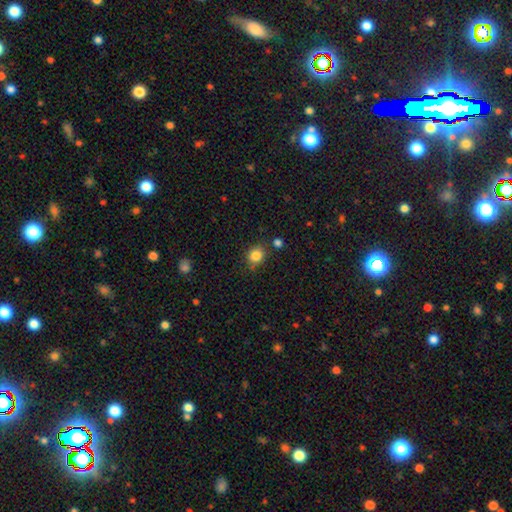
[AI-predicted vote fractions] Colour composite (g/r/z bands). It shows a smooth galaxy with no disk features (84%) that is round (76%). Merging: none (78%).